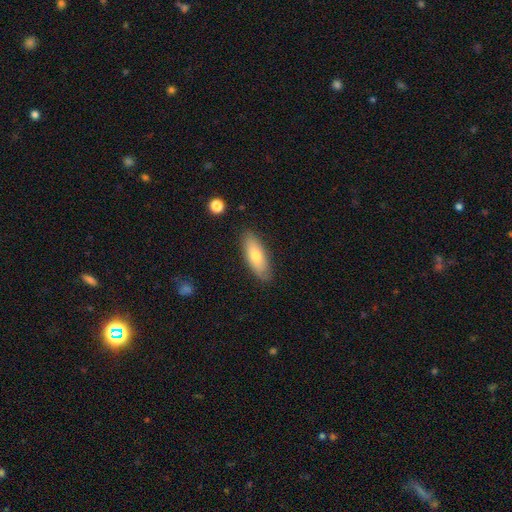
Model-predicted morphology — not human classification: A smooth galaxy with no disk features (69%) that is in between round and cigar-shaped (67%). Merging: none (85%).